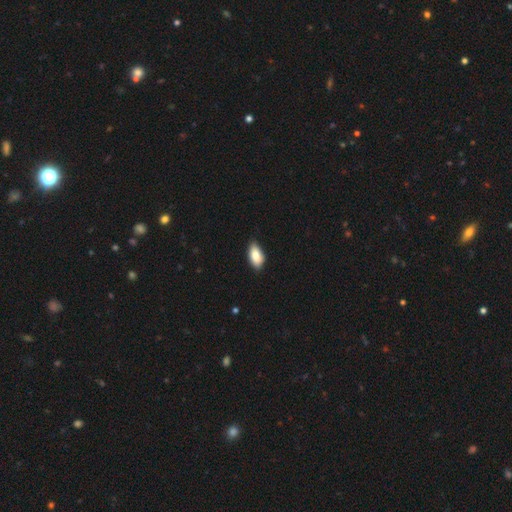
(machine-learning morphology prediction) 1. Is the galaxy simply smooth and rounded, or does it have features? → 85% smooth, 9% featured or disk, 6% star or artifact.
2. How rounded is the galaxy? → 92% in between, 5% cigar-shaped, 3% round.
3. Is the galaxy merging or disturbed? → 83% none, 14% minor disturbance, 2% major disturbance, 1% merger.